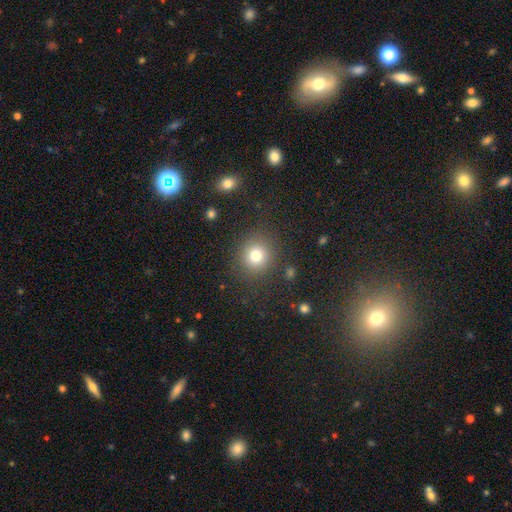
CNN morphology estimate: smooth 78%, star or artifact 13%, featured or disk 9%. Down the decision tree: how rounded — round (88%); merging — none (86%).